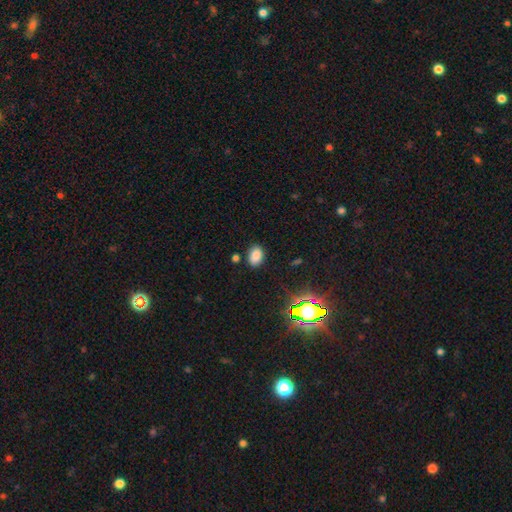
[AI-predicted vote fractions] Smooth or featured?
  - smooth: 81% *
  - star or artifact: 14%
  - featured or disk: 4%
How rounded?
  - in between: 81% *
  - round: 18%
  - cigar-shaped: 1%
Merging?
  - none: 83% *
  - minor disturbance: 12%
  - major disturbance: 3%
  - merger: 3%